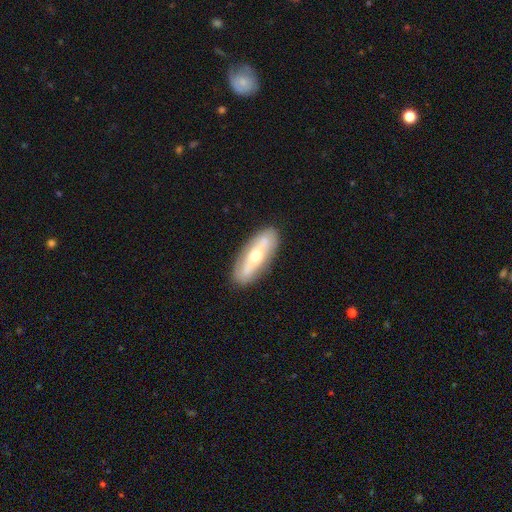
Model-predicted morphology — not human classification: Q: Smooth or featured?
A: featured or disk (56%); runner-up: smooth (39%)
Q: Edge-on disk?
A: no (71%); runner-up: yes (29%)
Q: Merging?
A: none (84%); runner-up: minor disturbance (11%)